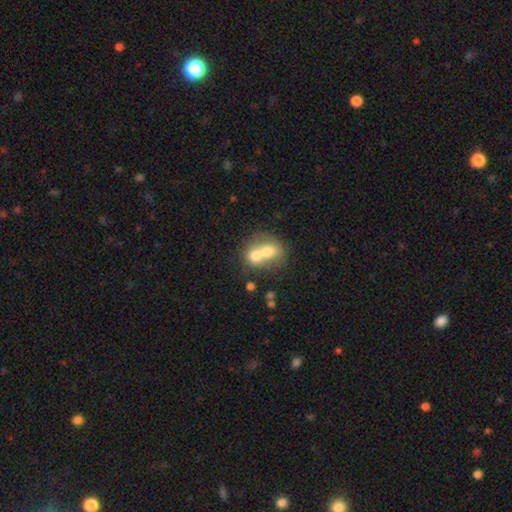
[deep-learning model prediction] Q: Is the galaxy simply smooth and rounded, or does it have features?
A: smooth — 65%.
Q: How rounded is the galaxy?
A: round — 60%.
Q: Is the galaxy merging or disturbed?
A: merger — 72%.